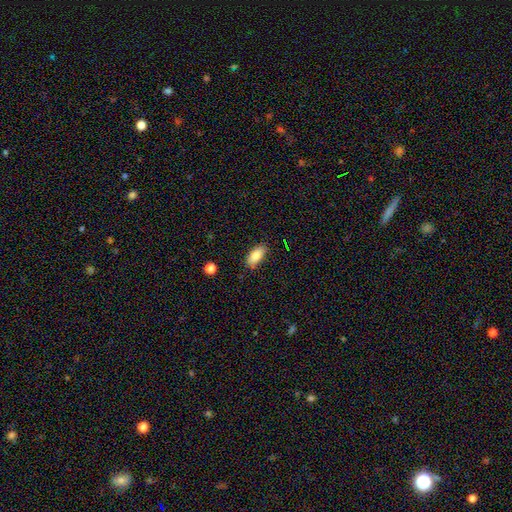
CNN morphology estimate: type=smooth (83%); roundness=in between (89%); merging=none (82%).